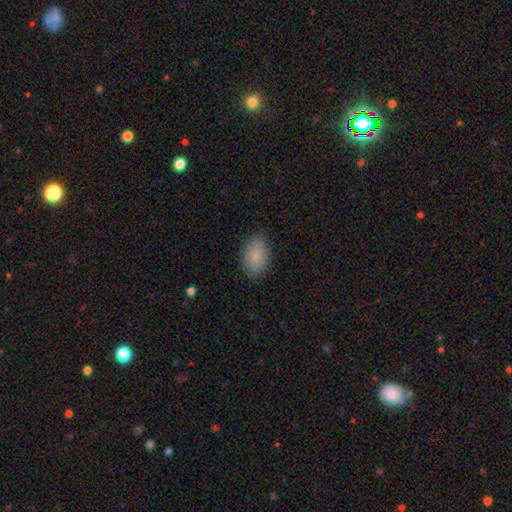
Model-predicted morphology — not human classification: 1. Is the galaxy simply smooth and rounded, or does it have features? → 85% smooth, 8% star or artifact, 7% featured or disk.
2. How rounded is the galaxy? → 88% in between, 11% round, 1% cigar-shaped.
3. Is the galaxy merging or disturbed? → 85% none, 12% minor disturbance, 3% major disturbance, 1% merger.